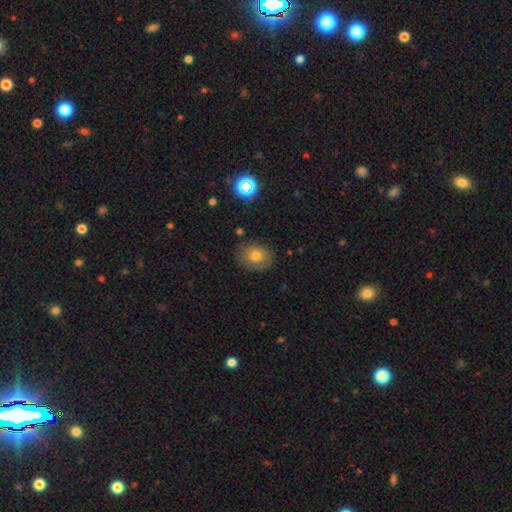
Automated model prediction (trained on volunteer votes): smooth_or_featured: smooth (p=0.74) [alt: featured or disk p=0.14]
how_rounded: round (p=0.59) [alt: in between p=0.40]
merging: none (p=0.80) [alt: minor disturbance p=0.15]